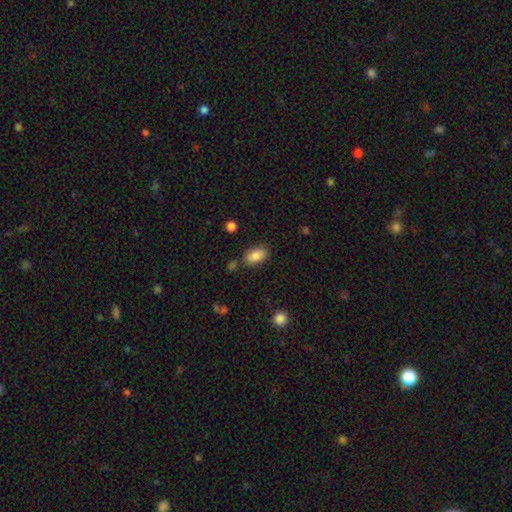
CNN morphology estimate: Q: Smooth or featured?
A: smooth (86%); runner-up: star or artifact (8%)
Q: How rounded?
A: in between (91%); runner-up: round (6%)
Q: Merging?
A: none (77%); runner-up: minor disturbance (14%)